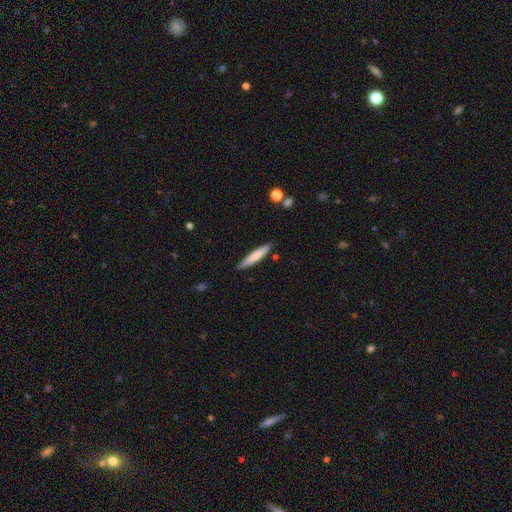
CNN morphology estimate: smooth 76%, featured or disk 18%, star or artifact 5%. Down the decision tree: how rounded — cigar-shaped (91%); merging — none (87%).